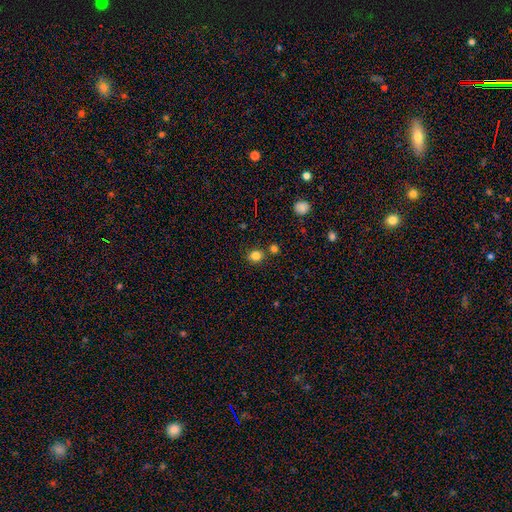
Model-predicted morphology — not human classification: type=smooth (82%); roundness=round (78%); merging=none (78%).